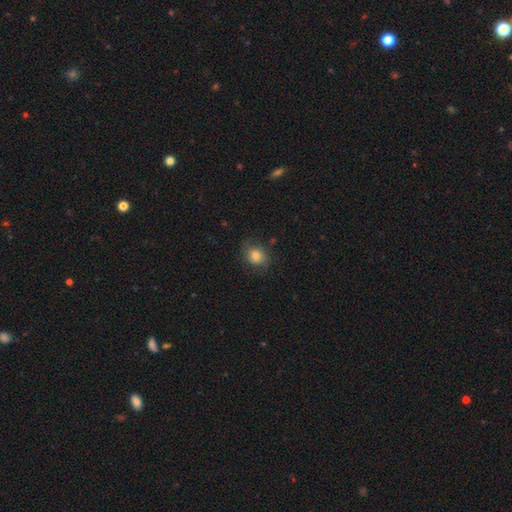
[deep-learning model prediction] A smooth galaxy with no disk features (76%) that is round (58%).

Vote fractions:
- Smooth or featured? smooth: 76% / featured or disk: 15% / star or artifact: 10%
- How rounded? round: 58% / in between: 41% / cigar-shaped: 1%
- Merging? none: 71% / minor disturbance: 20% / major disturbance: 8% / merger: 2%